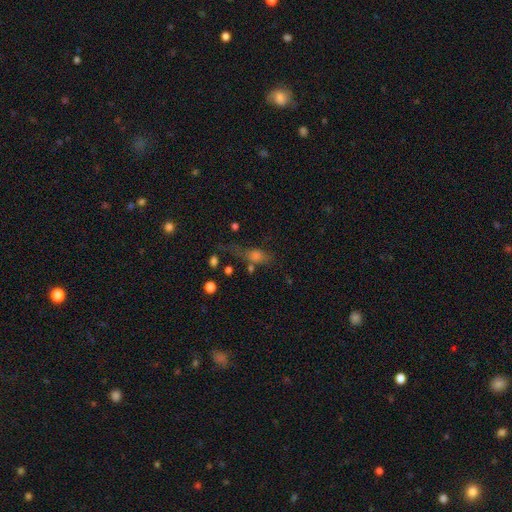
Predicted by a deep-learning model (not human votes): The model was most divided on "merging": none: 42%, major disturbance: 25%, minor disturbance: 21%, merger: 11%. More confident: how rounded — in between (52%); smooth or featured — smooth (51%).